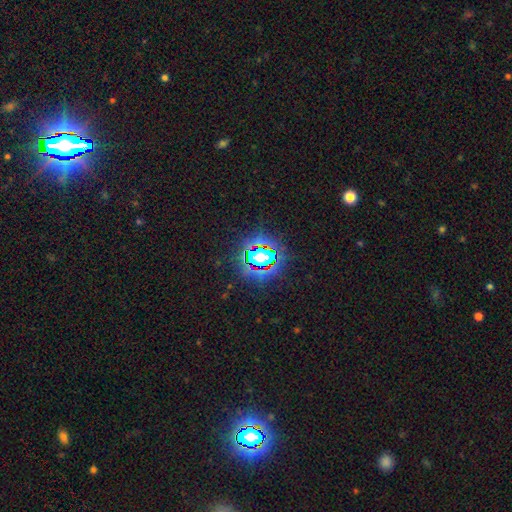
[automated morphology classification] The model was most divided on "smooth or featured": star or artifact: 83%, smooth: 10%, featured or disk: 7%.